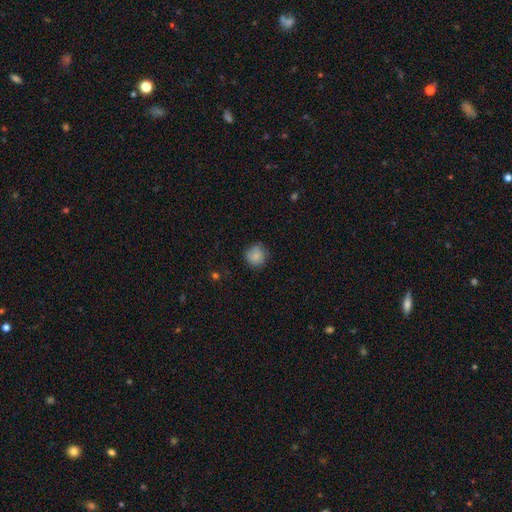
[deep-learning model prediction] A smooth galaxy with no disk features (84%) that is round (91%). Merging: none (81%).